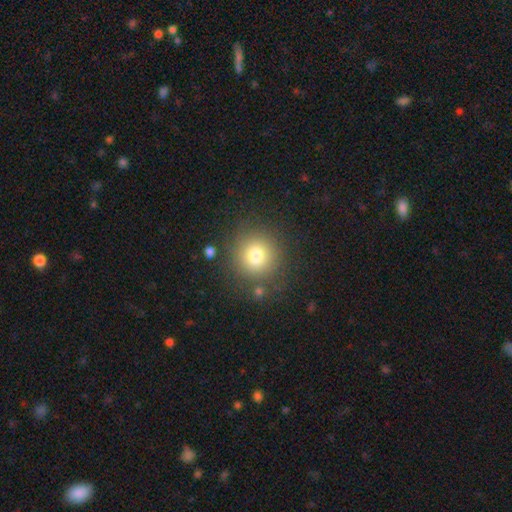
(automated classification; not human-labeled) The model was most divided on "smooth or featured": smooth: 78%, star or artifact: 12%, featured or disk: 10%. More confident: how rounded — round (91%); merging — none (83%).